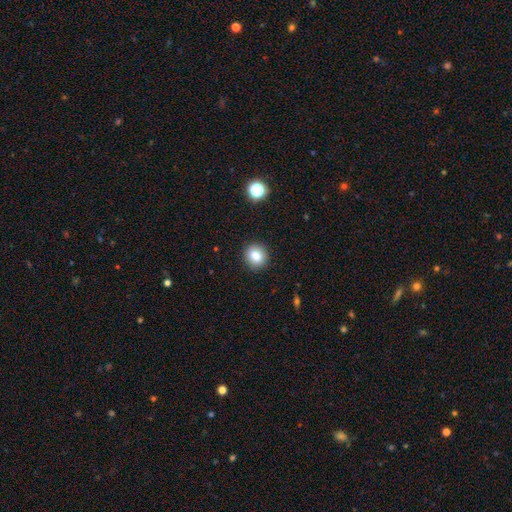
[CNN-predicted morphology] Q: Smooth or featured?
A: smooth (83%); runner-up: star or artifact (11%)
Q: How rounded?
A: round (79%); runner-up: in between (20%)
Q: Merging?
A: none (90%); runner-up: minor disturbance (7%)